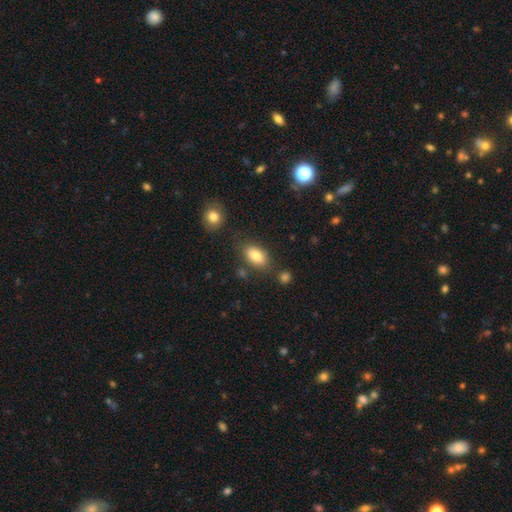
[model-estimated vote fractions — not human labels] A smooth galaxy with no disk features (82%) that is in between round and cigar-shaped (90%).

Vote fractions:
- Smooth or featured? smooth: 82% / featured or disk: 10% / star or artifact: 8%
- How rounded? in between: 90% / round: 7% / cigar-shaped: 3%
- Merging? none: 75% / minor disturbance: 14% / merger: 7% / major disturbance: 4%